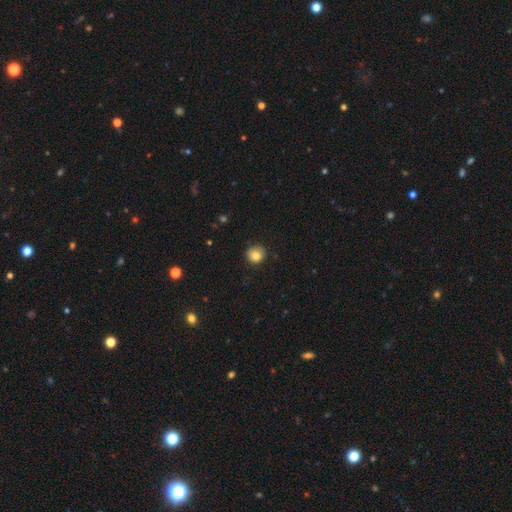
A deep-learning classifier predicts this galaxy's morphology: Smooth or featured?
  - smooth: 83% *
  - star or artifact: 10%
  - featured or disk: 7%
How rounded?
  - round: 90% *
  - in between: 9%
  - cigar-shaped: 1%
Merging?
  - none: 84% *
  - minor disturbance: 12%
  - major disturbance: 3%
  - merger: 1%